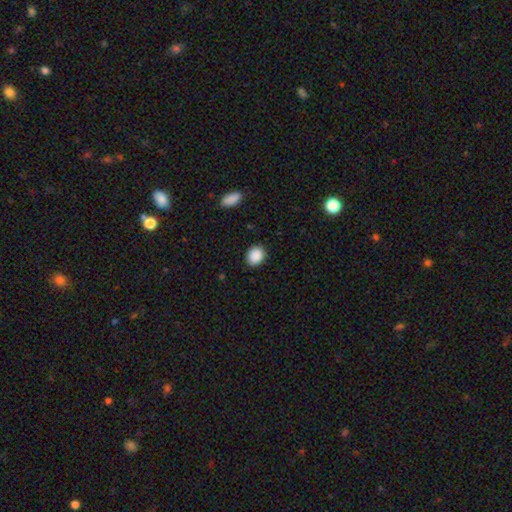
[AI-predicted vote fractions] Smooth or featured? smooth (89%)
How rounded? round (58%)
Merging? none (88%)